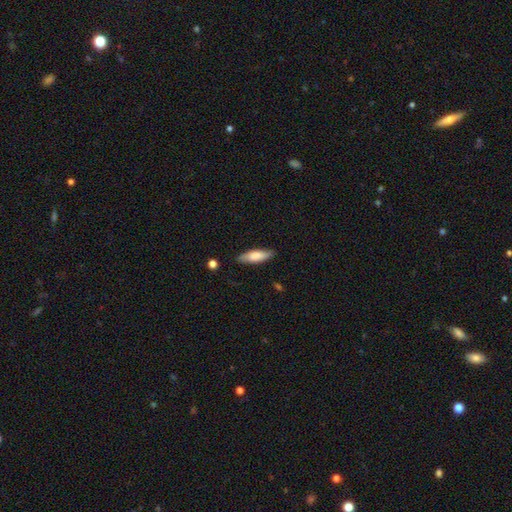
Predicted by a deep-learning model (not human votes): Q: Smooth or featured?
A: smooth (74%); runner-up: featured or disk (20%)
Q: How rounded?
A: cigar-shaped (49%); tied with: in between (49%)
Q: Merging?
A: none (82%); runner-up: minor disturbance (14%)